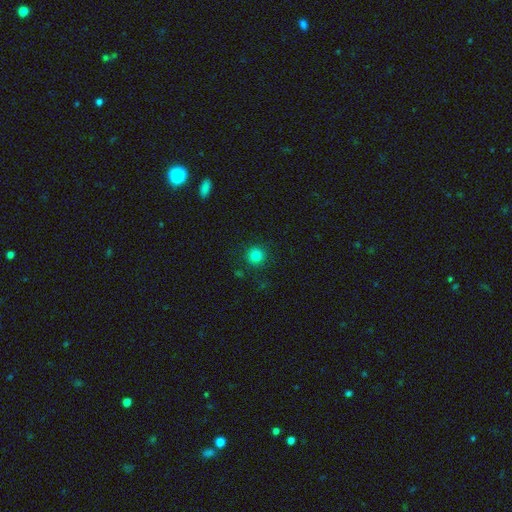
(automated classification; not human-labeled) Smooth or featured?
  - smooth: 83% *
  - star or artifact: 13%
  - featured or disk: 4%
How rounded?
  - round: 95% *
  - in between: 4%
  - cigar-shaped: 1%
Merging?
  - none: 89% *
  - minor disturbance: 7%
  - major disturbance: 2%
  - merger: 2%